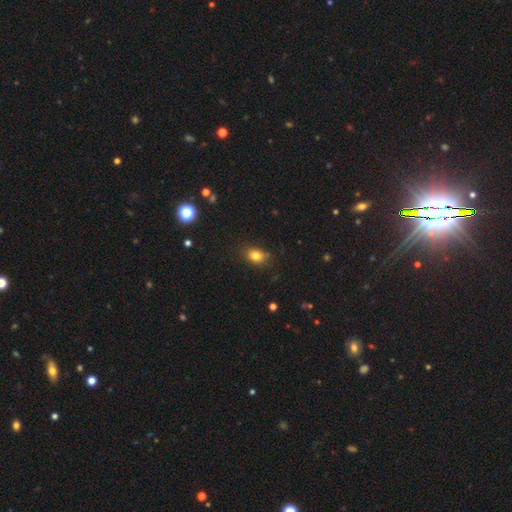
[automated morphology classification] smooth-or-featured: smooth: 81% | star or artifact: 12% | featured or disk: 8%
  how-rounded: in between: 68% | round: 31% | cigar-shaped: 2%
  merging: none: 78% | minor disturbance: 17% | major disturbance: 4% | merger: 2%